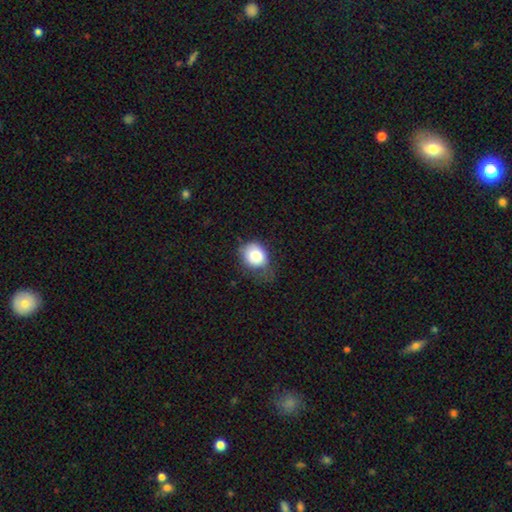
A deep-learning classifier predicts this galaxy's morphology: Smooth or featured? smooth (83%)
How rounded? round (57%)
Merging? none (42%)